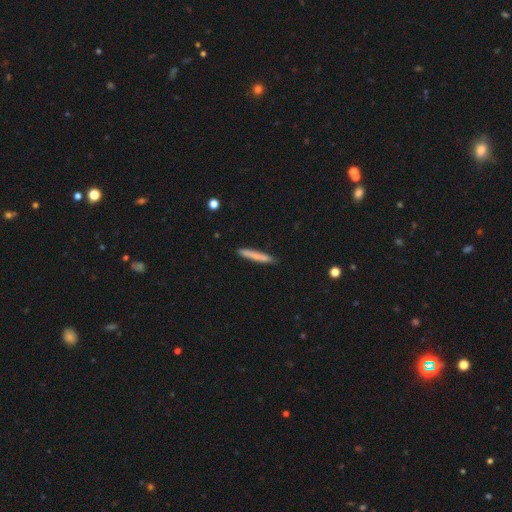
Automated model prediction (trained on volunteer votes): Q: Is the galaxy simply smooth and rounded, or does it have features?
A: smooth — 76%.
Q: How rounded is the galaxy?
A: cigar-shaped — 95%.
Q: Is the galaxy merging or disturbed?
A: none — 84%.